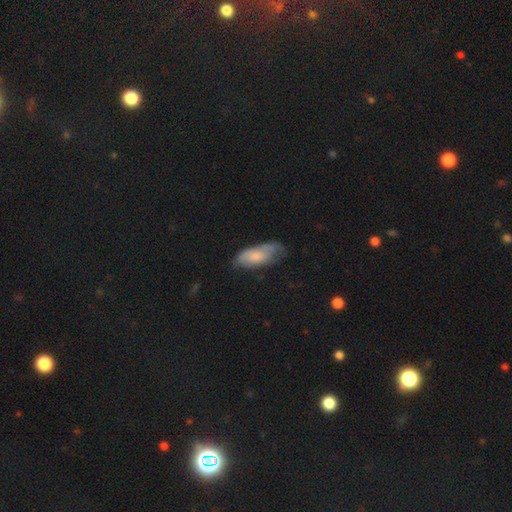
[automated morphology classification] Smooth or featured? smooth (69%)
How rounded? in between (82%)
Merging? none (43%)